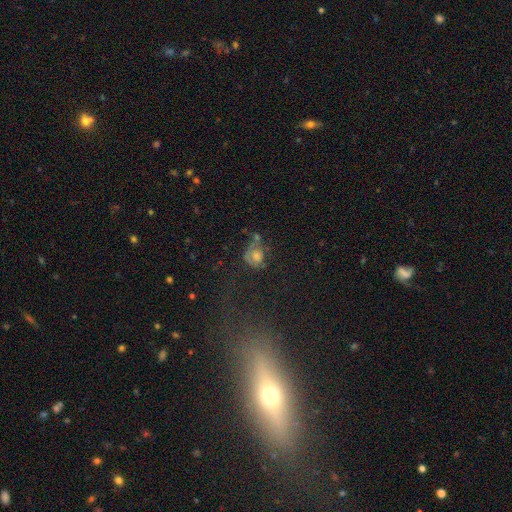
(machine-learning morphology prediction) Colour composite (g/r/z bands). It shows a smooth galaxy with no disk features (53%) that is round (59%). Merging: none (34%).